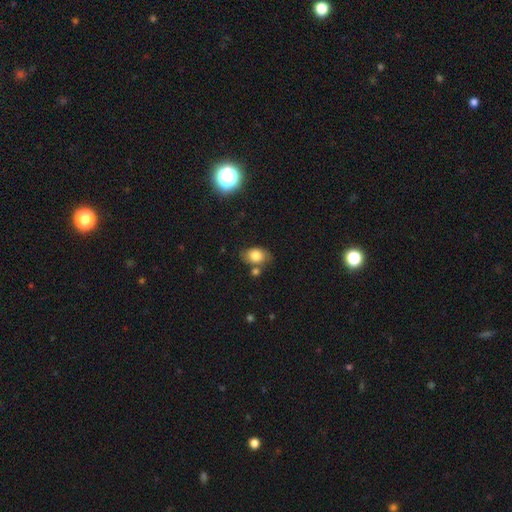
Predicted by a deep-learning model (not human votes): Smooth or featured?
  - smooth: 78% *
  - featured or disk: 13%
  - star or artifact: 9%
How rounded?
  - in between: 77% *
  - round: 22%
  - cigar-shaped: 1%
Merging?
  - none: 67% *
  - minor disturbance: 17%
  - merger: 12%
  - major disturbance: 4%